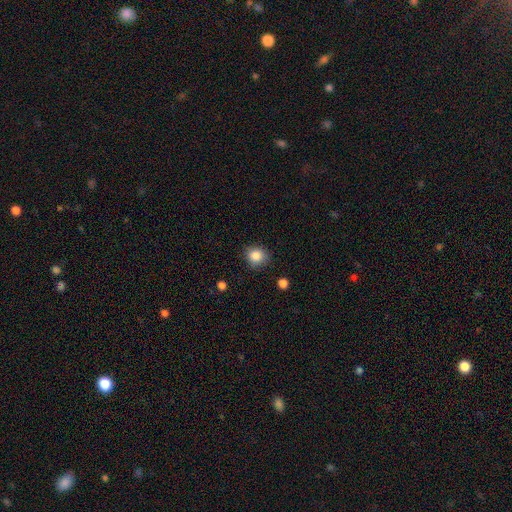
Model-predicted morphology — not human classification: The model was most divided on "how rounded": round: 83%, in between: 16%, cigar-shaped: 1%. More confident: smooth or featured — smooth (86%); merging — none (81%).